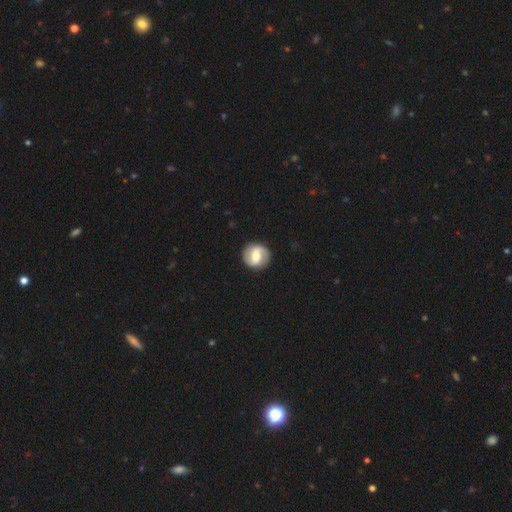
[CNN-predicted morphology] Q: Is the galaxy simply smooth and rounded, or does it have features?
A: featured or disk — 66%.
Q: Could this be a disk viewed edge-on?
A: no — 97%.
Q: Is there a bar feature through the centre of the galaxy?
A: weak — 45%.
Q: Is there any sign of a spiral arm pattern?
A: yes — 84%.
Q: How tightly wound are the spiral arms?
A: medium — 42%.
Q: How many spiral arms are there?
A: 2 — 90%.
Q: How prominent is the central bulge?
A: moderate — 59%.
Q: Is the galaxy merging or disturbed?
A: none — 89%.